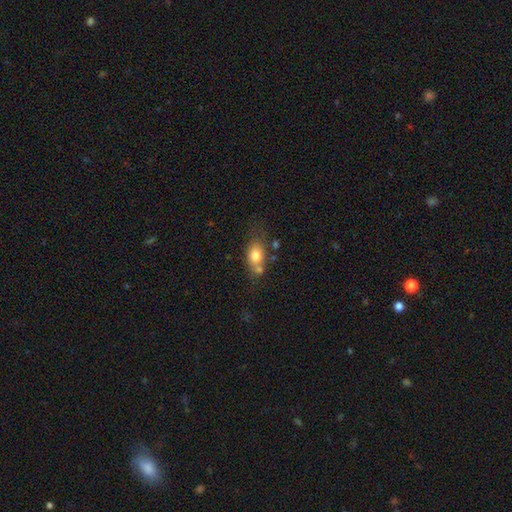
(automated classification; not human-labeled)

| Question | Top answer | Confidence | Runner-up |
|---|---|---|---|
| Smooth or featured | smooth | 75% | featured or disk (16%) |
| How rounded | in between | 71% | round (25%) |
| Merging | none | 48% | merger (27%) |